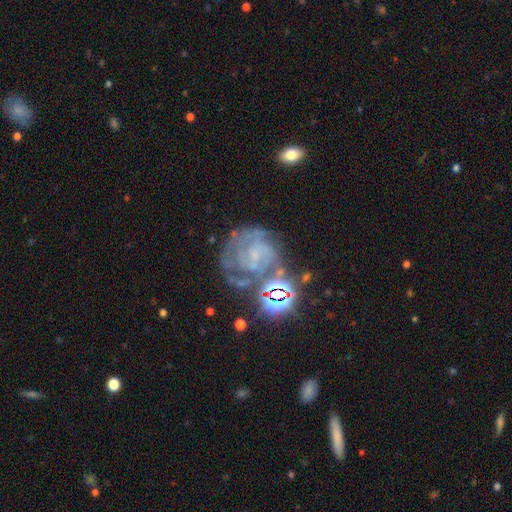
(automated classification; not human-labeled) The model was most divided on "bulge size": small: 45%, none: 38%, moderate: 13%, large: 2%, dominant: 1%. Remaining: edge-on disk — no (98%); spiral arms — yes (82%); smooth or featured — featured or disk (70%); bar — no (57%); spiral winding — tight (57%); merging — none (50%); spiral arm count — can't tell (42%).